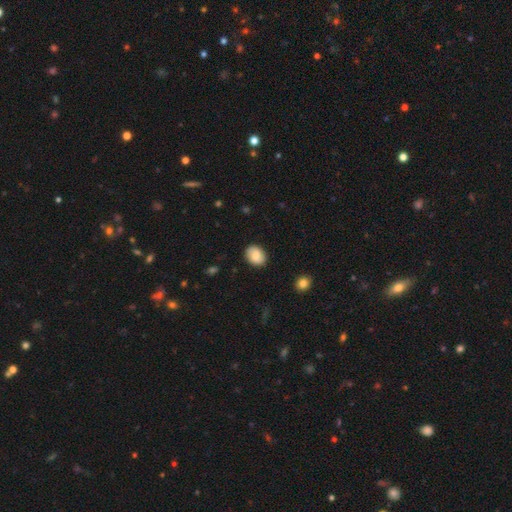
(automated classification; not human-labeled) Smooth or featured: smooth — 76% (featured or disk — 17%)
How rounded: in between — 56% (round — 43%)
Merging: none — 86% (minor disturbance — 11%)